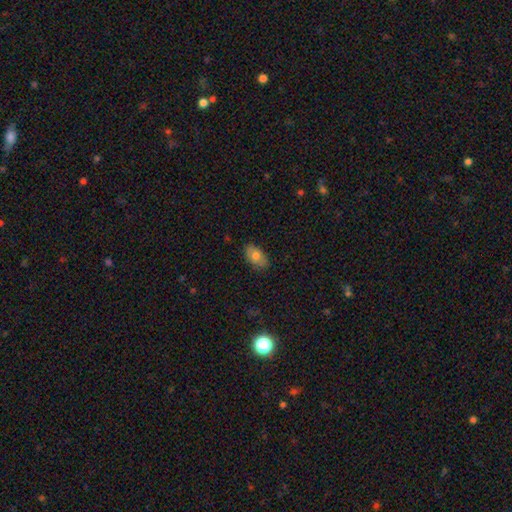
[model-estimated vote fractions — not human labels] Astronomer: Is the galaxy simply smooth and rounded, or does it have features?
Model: smooth — 72%.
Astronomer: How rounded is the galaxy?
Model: in between — 92%.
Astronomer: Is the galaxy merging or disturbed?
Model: none — 81%.